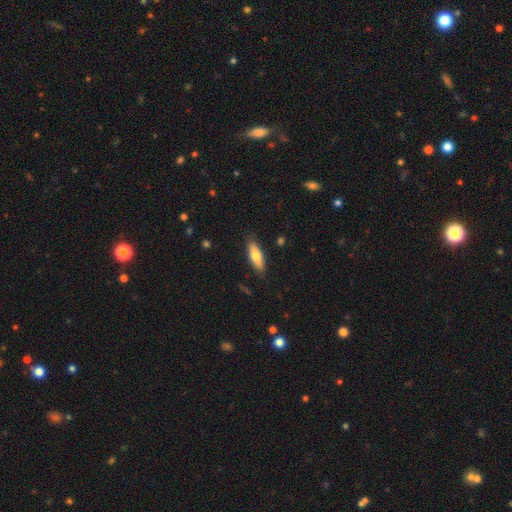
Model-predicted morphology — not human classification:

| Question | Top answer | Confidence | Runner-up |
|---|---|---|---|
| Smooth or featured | smooth | 70% | featured or disk (24%) |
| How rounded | in between | 55% | cigar-shaped (43%) |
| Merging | none | 86% | minor disturbance (10%) |